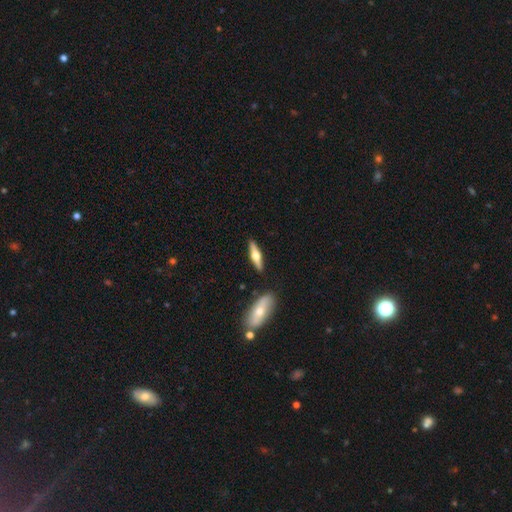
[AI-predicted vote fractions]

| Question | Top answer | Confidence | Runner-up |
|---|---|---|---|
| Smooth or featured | featured or disk | 59% | smooth (36%) |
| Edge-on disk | yes | 94% | no (6%) |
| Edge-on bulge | rounded | 95% | boxy (3%) |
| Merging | none | 86% | minor disturbance (8%) |